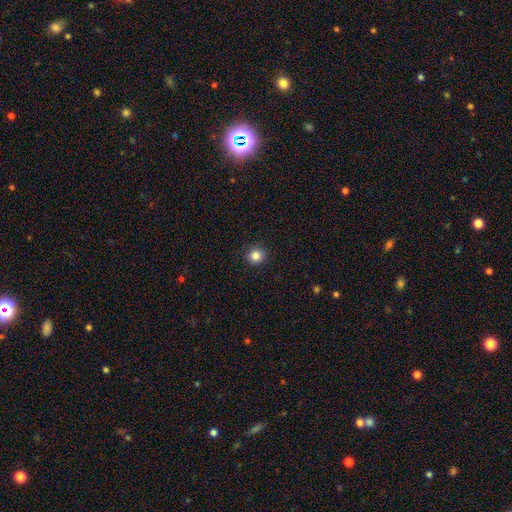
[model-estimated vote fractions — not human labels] Q: Smooth or featured?
A: smooth (84%); runner-up: star or artifact (11%)
Q: How rounded?
A: round (92%); runner-up: in between (7%)
Q: Merging?
A: none (92%); runner-up: minor disturbance (6%)